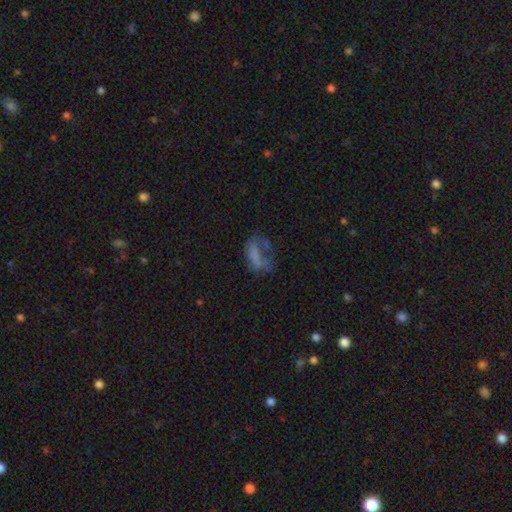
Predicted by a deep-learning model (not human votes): A smooth galaxy with no disk features (50%). Merging: major disturbance (44%).